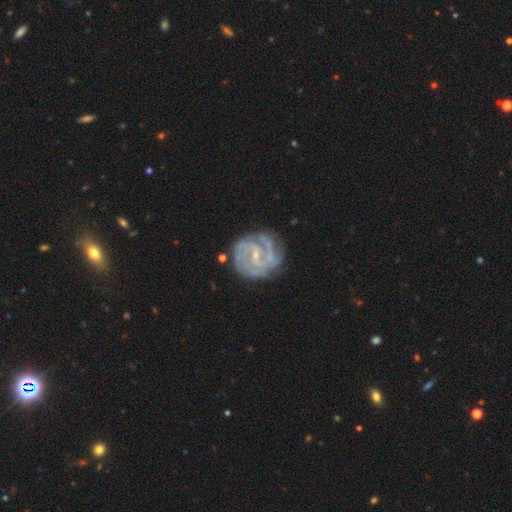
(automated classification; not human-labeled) The model was most divided on "spiral arm count": 3: 33%, 2: 20%, 4: 20%, can't tell: 14%, more than 4: 7%, 1: 6%. Remaining: edge-on disk — no (98%); spiral arms — yes (98%); smooth or featured — featured or disk (91%); bulge size — small (79%); merging — none (74%); spiral winding — tight (66%); bar — weak (47%).